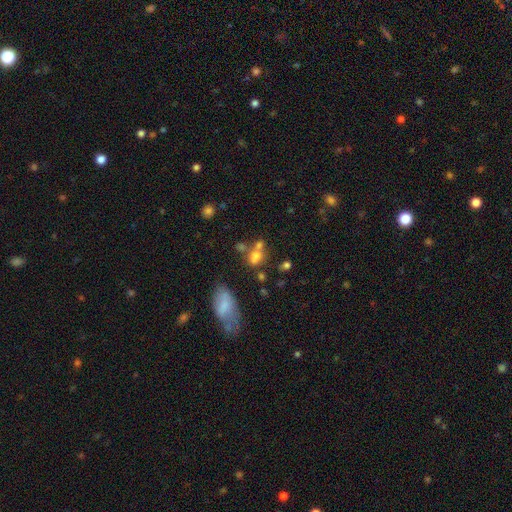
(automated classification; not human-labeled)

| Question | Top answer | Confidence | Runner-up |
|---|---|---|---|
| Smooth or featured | smooth | 69% | featured or disk (16%) |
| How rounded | in between | 64% | round (33%) |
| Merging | merger | 42% | none (37%) |